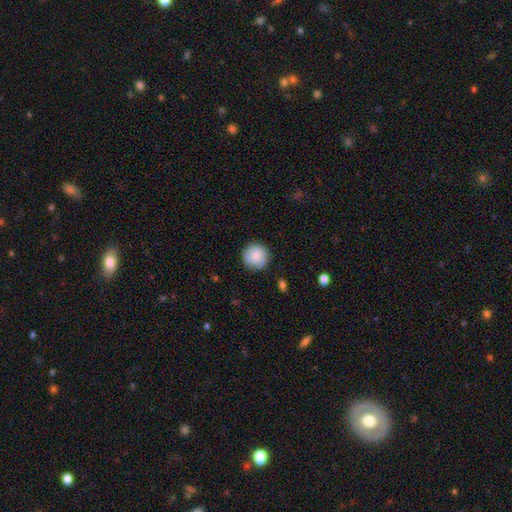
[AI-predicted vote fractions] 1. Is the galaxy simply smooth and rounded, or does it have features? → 73% smooth, 20% featured or disk, 7% star or artifact.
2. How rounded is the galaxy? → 94% round, 5% in between, 1% cigar-shaped.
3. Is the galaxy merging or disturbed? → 85% none, 11% minor disturbance, 3% major disturbance, 1% merger.